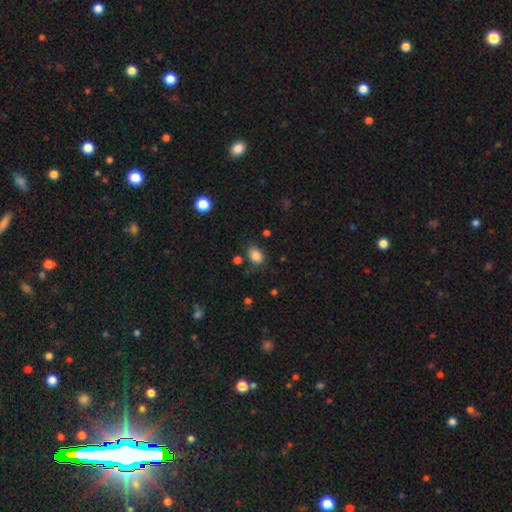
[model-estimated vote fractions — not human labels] Smooth or featured? Predicted: smooth (p=0.85). How rounded? Predicted: in between (p=0.80). Merging? Predicted: none (p=0.78).